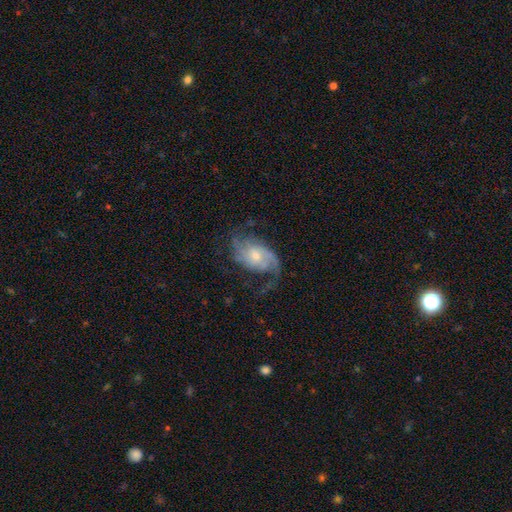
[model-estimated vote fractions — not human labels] The model was most divided on "spiral winding": loose: 42%, medium: 40%, tight: 18%. Remaining: edge-on disk — no (97%); spiral arms — yes (94%); smooth or featured — featured or disk (81%); bar — no (65%); spiral arm count — 2 (60%); merging — none (57%); bulge size — moderate (47%).